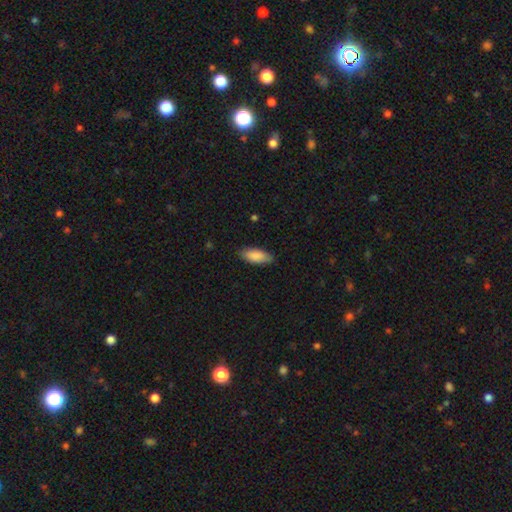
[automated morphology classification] Smooth or featured?
  - smooth: 87% *
  - featured or disk: 7%
  - star or artifact: 6%
How rounded?
  - in between: 81% *
  - cigar-shaped: 18%
  - round: 2%
Merging?
  - none: 85% *
  - minor disturbance: 12%
  - major disturbance: 2%
  - merger: 1%